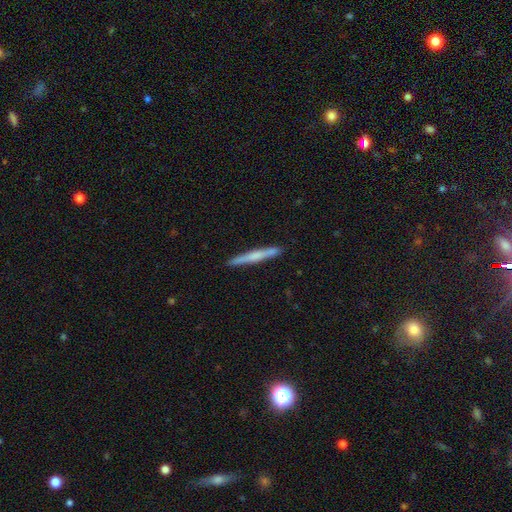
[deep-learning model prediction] A smooth galaxy with no disk features (49%). Merging: none (91%).